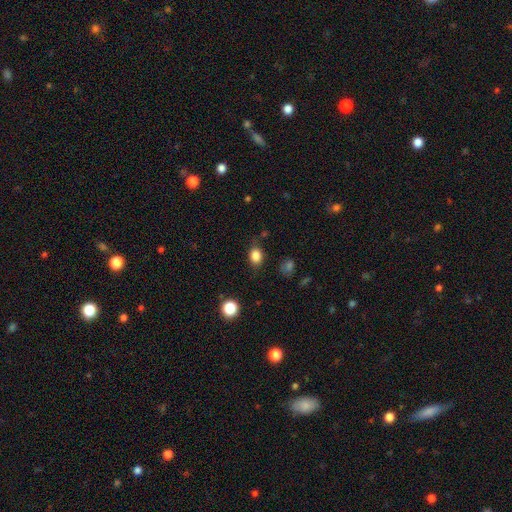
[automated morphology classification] smooth-or-featured: smooth: 85% | star or artifact: 11% | featured or disk: 5%
  how-rounded: in between: 63% | round: 36% | cigar-shaped: 1%
  merging: none: 76% | minor disturbance: 17% | major disturbance: 5% | merger: 2%